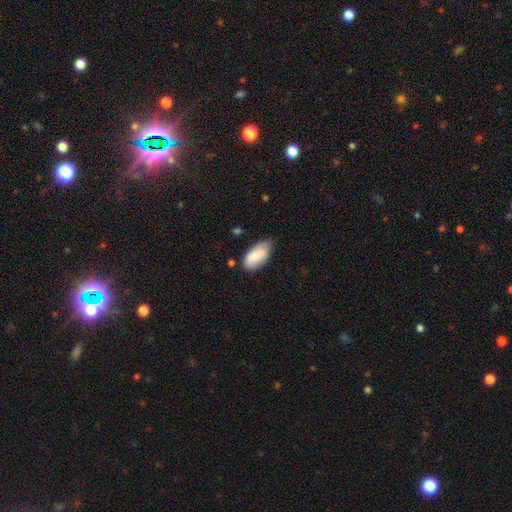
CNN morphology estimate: smooth-or-featured: smooth: 81% | featured or disk: 13% | star or artifact: 6%
  how-rounded: in between: 94% | cigar-shaped: 4% | round: 2%
  merging: none: 61% | minor disturbance: 31% | major disturbance: 5% | merger: 2%